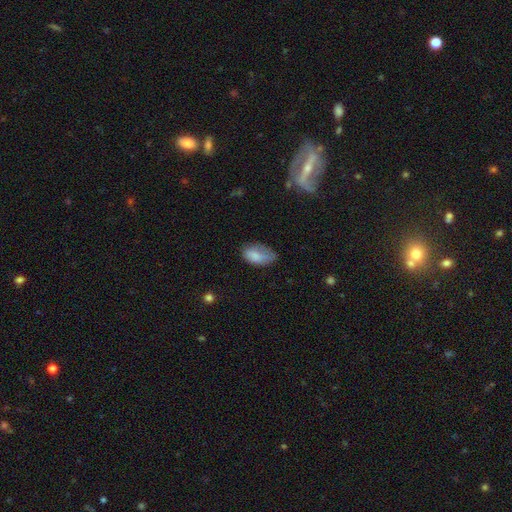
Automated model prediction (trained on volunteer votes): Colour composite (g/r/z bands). It shows a smooth galaxy with no disk features (78%) that is in between round and cigar-shaped (92%). Merging: none (47%).